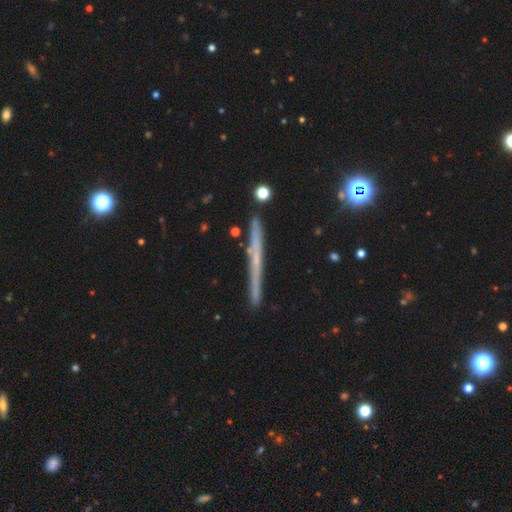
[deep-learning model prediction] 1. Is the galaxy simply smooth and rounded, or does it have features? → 57% featured or disk, 33% smooth, 10% star or artifact.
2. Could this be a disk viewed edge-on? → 97% yes, 3% no.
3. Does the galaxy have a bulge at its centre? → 84% none, 12% rounded, 4% boxy.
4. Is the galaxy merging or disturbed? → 88% none, 8% minor disturbance, 2% merger, 2% major disturbance.